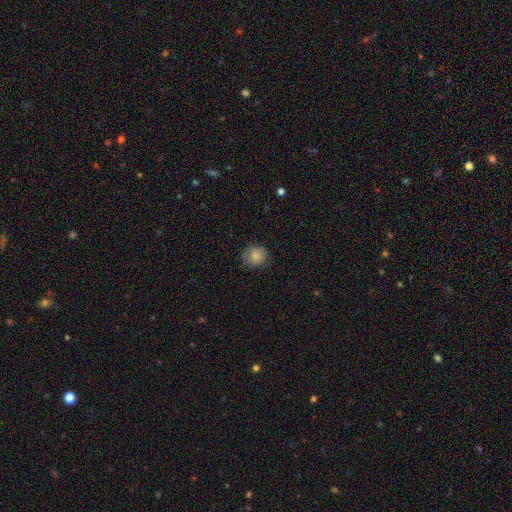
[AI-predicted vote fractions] Smooth or featured: smooth — 84% (star or artifact — 9%)
How rounded: round — 82% (in between — 17%)
Merging: none — 77% (minor disturbance — 18%)